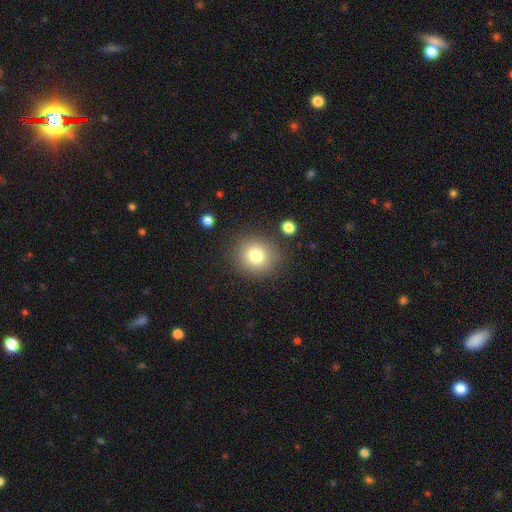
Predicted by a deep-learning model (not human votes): Morphology: type=smooth (80%); roundness=round (84%); merging=none (84%).